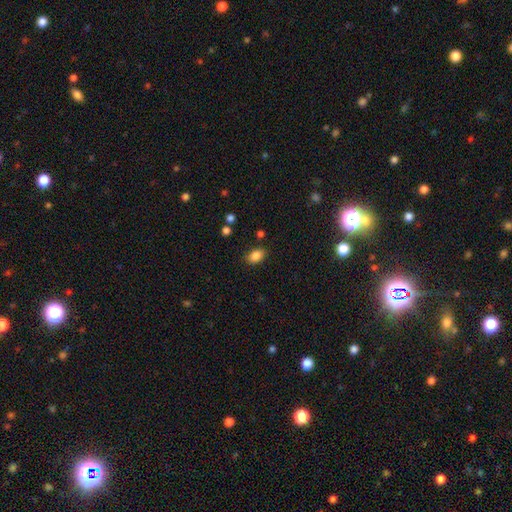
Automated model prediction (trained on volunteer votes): A smooth galaxy with no disk features (86%) that is in between round and cigar-shaped (83%). Merging: none (81%).